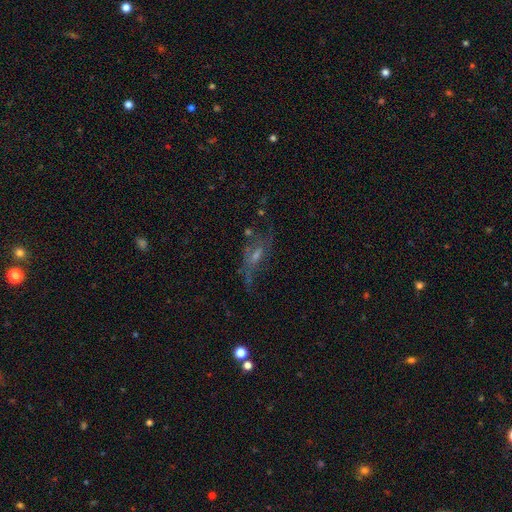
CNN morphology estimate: Smooth or featured?
  - featured or disk: 54% *
  - smooth: 25%
  - star or artifact: 22%
Edge-on disk?
  - no: 81% *
  - yes: 19%
Merging?
  - none: 46% *
  - major disturbance: 27%
  - minor disturbance: 20%
  - merger: 6%